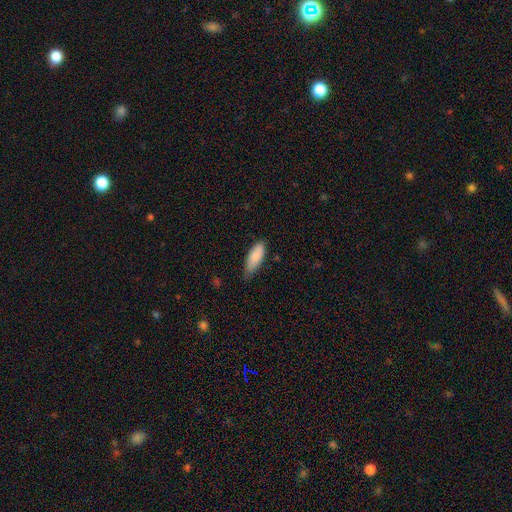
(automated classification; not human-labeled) Smooth or featured? smooth (86%)
How rounded? in between (72%)
Merging? none (60%)